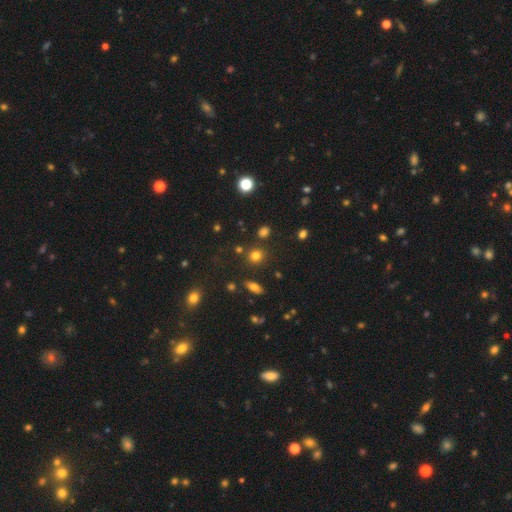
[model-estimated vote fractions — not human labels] smooth 77%, star or artifact 16%, featured or disk 7%. Down the decision tree: how rounded — round (82%); merging — none (83%).